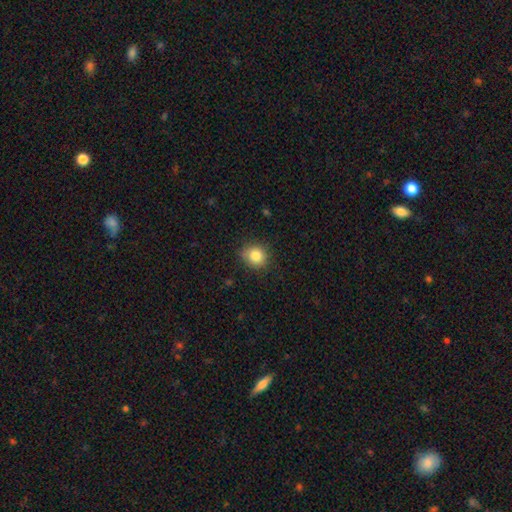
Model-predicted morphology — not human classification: smooth_or_featured: smooth (p=0.83) [alt: star or artifact p=0.11]
how_rounded: round (p=0.77) [alt: in between p=0.22]
merging: none (p=0.80) [alt: minor disturbance p=0.16]